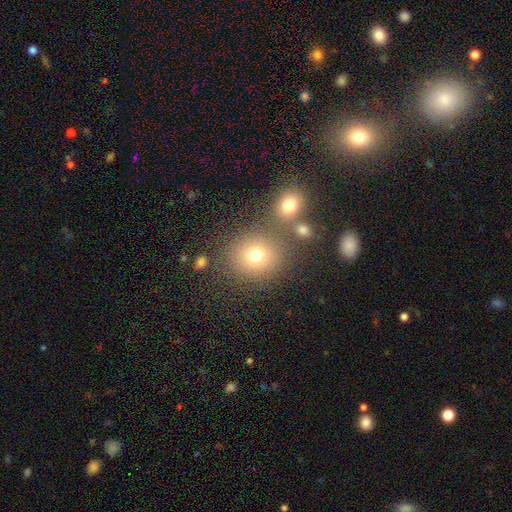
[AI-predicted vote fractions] Smooth or featured?
  - smooth: 74% *
  - star or artifact: 17%
  - featured or disk: 10%
How rounded?
  - round: 83% *
  - in between: 16%
  - cigar-shaped: 1%
Merging?
  - none: 71% *
  - merger: 15%
  - minor disturbance: 10%
  - major disturbance: 4%